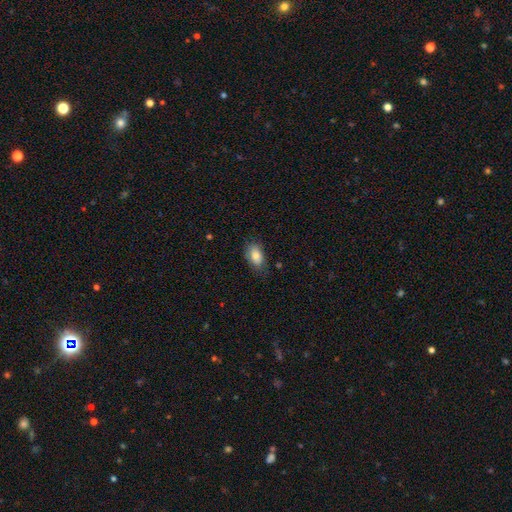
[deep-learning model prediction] This is clearly a smooth galaxy (81%). How rounded: clearly in between (91%). Merging: likely none (73%).